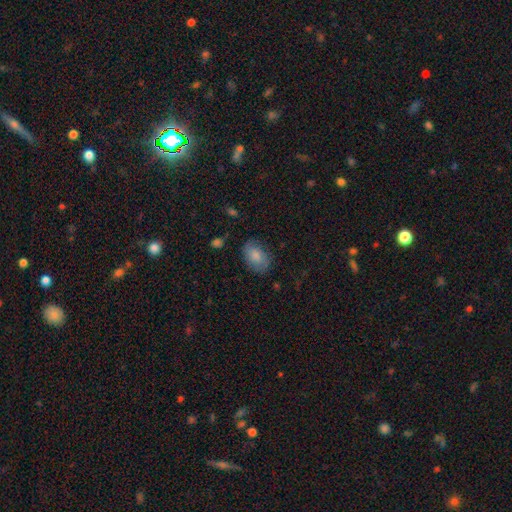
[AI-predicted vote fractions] smooth 79%, featured or disk 14%, star or artifact 7%. Down the decision tree: how rounded — in between (85%); merging — none (75%).